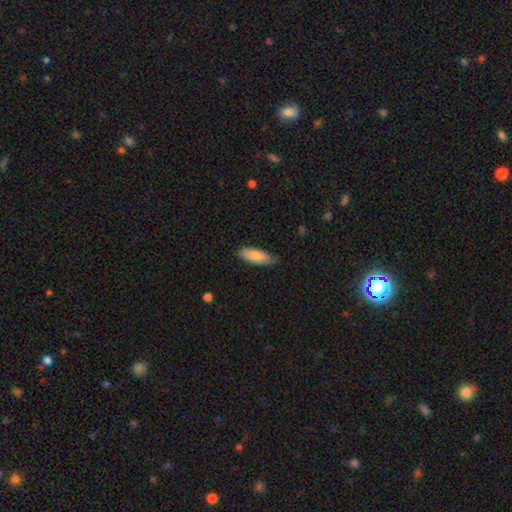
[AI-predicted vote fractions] Smooth or featured? Predicted: smooth (p=0.82). How rounded? Predicted: in between (p=0.68). Merging? Predicted: none (p=0.76).